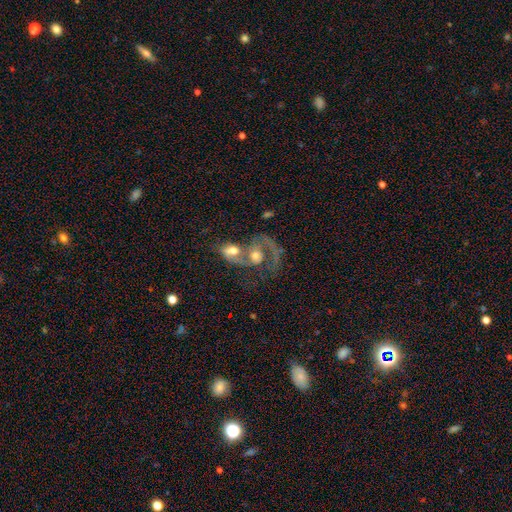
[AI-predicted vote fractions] Morphology: type=featured or disk (64%); edge-on=no (97%); bar=no (74%); spiral arms=yes (74%); bulge=moderate (61%); merging=merger (77%).